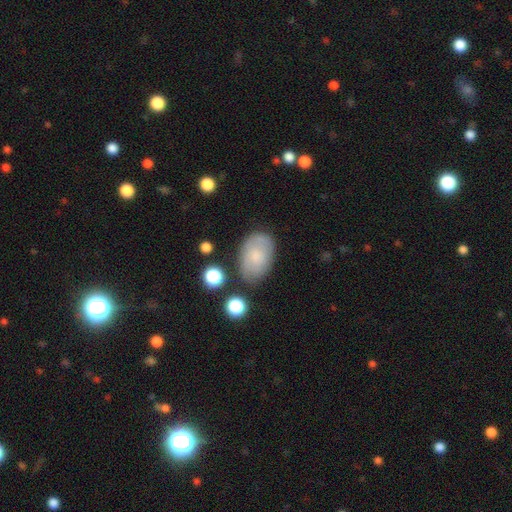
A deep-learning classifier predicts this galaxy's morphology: This appears to be a smooth galaxy with no disk features (64%) that is in between round and cigar-shaped (88%). Merging: none (71%).